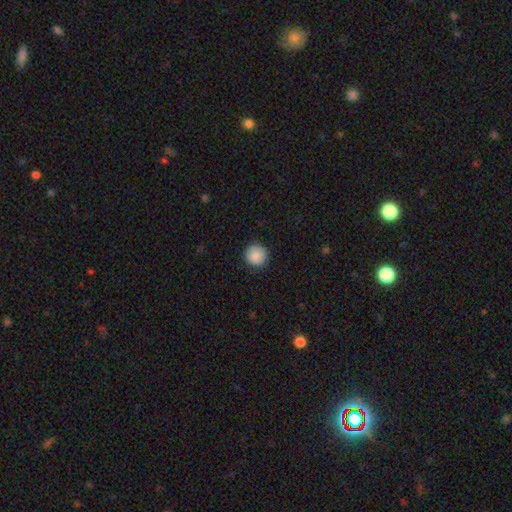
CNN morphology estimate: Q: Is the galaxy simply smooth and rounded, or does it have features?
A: smooth — 88%.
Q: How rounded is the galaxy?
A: round — 95%.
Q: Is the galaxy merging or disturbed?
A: none — 89%.